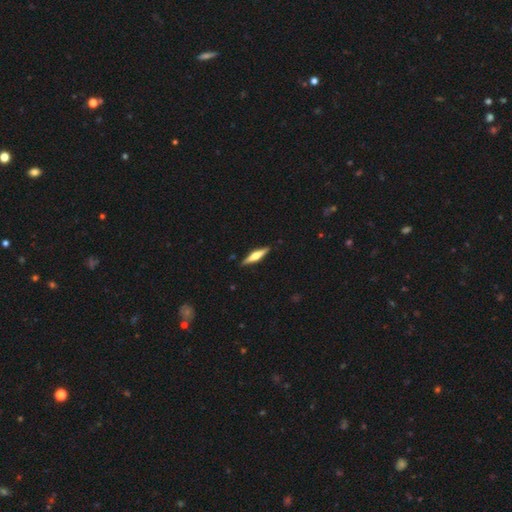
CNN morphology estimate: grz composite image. It shows a featured or disk galaxy (59%) viewed edge-on (97%) with a rounded central bulge (85%). Merging: none (88%).